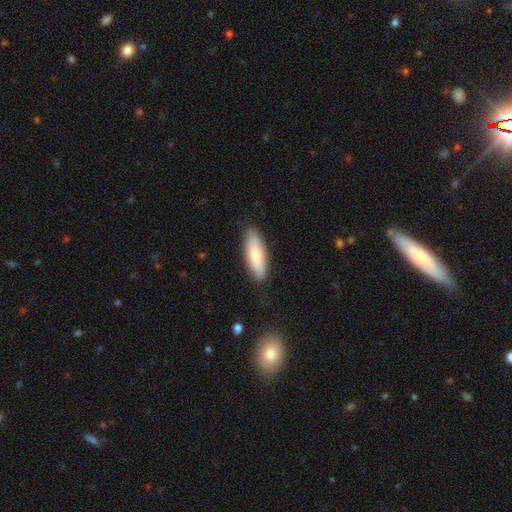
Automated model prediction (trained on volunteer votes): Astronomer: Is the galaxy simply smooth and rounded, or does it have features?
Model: smooth — 77%.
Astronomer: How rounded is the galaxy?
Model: in between — 57% (runner-up: cigar-shaped, 42%).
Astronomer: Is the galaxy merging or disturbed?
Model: none — 85%.